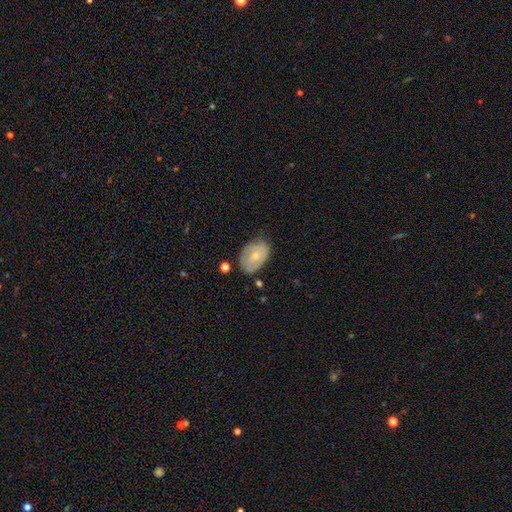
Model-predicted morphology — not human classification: A smooth galaxy with no disk features (60%) that is in between round and cigar-shaped (82%).

Vote fractions:
- Smooth or featured? smooth: 60% / featured or disk: 33% / star or artifact: 7%
- How rounded? in between: 82% / round: 17% / cigar-shaped: 1%
- Merging? none: 58% / minor disturbance: 31% / major disturbance: 8% / merger: 3%